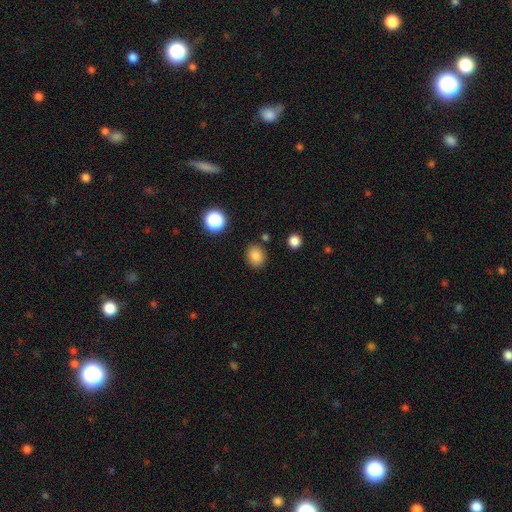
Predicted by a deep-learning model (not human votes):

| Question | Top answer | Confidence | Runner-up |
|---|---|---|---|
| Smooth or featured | smooth | 84% | star or artifact (12%) |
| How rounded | round | 59% | in between (40%) |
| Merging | none | 84% | minor disturbance (10%) |